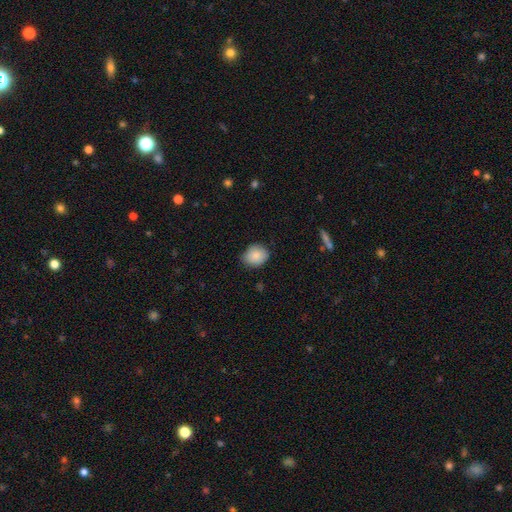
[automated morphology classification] Smooth or featured: smooth — 87% (star or artifact — 8%)
How rounded: round — 67% (in between — 32%)
Merging: none — 78% (minor disturbance — 18%)